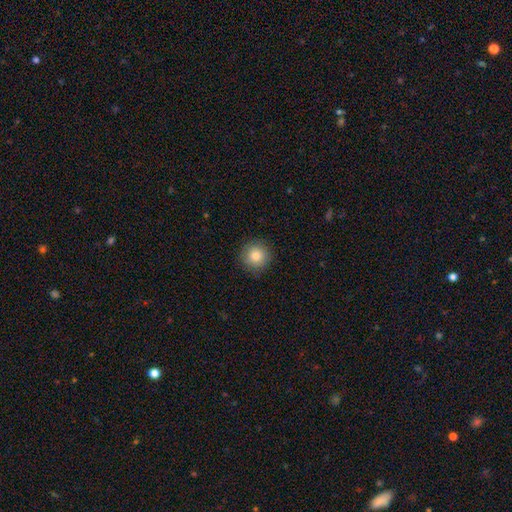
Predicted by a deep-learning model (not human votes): Smooth or featured? smooth (84%)
How rounded? round (95%)
Merging? none (90%)